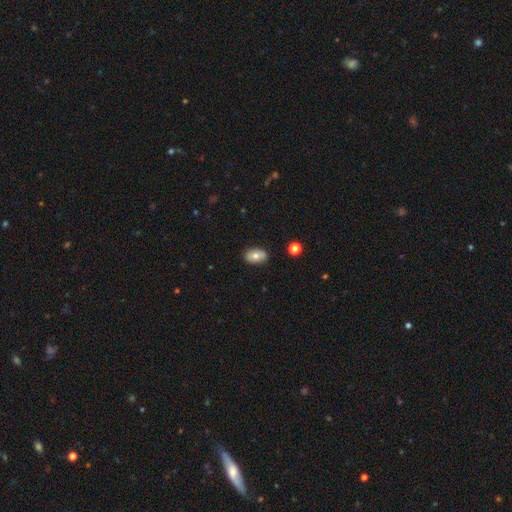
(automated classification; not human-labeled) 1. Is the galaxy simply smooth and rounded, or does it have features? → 71% smooth, 20% featured or disk, 9% star or artifact.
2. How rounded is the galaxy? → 88% in between, 10% round, 2% cigar-shaped.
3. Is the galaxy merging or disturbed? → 84% none, 12% minor disturbance, 2% major disturbance, 2% merger.